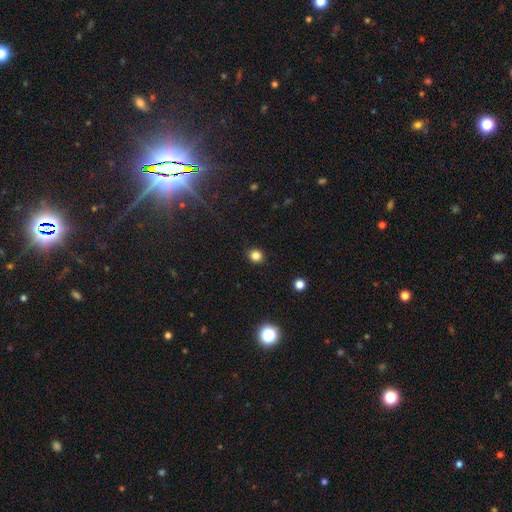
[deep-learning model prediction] smooth_or_featured: smooth (p=0.82) [alt: star or artifact p=0.13]
how_rounded: round (p=0.87) [alt: in between p=0.12]
merging: none (p=0.91) [alt: minor disturbance p=0.06]